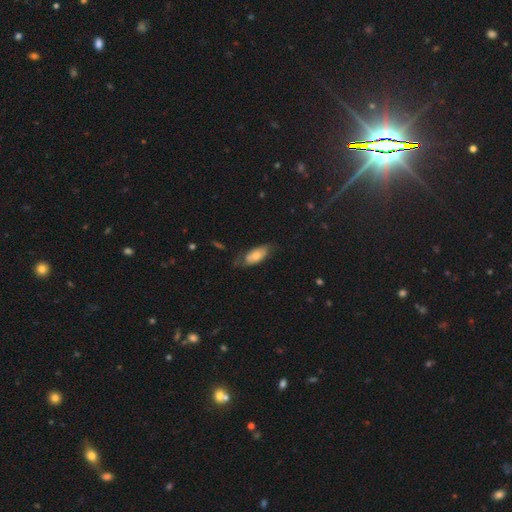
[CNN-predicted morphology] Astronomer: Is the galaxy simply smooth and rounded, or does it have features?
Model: smooth — 66%.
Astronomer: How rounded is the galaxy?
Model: in between — 86%.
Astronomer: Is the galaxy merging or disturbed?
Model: none — 59%.